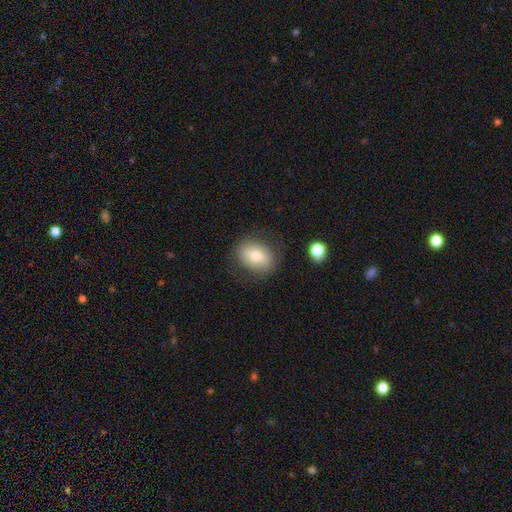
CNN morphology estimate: A smooth galaxy with no disk features (74%) that is in between round and cigar-shaped (63%). Merging: none (80%).